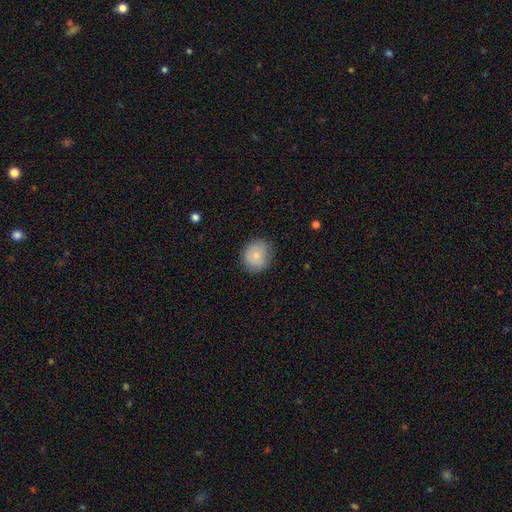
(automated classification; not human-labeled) smooth 79%, featured or disk 14%, star or artifact 7%. Down the decision tree: how rounded — round (82%); merging — none (82%).